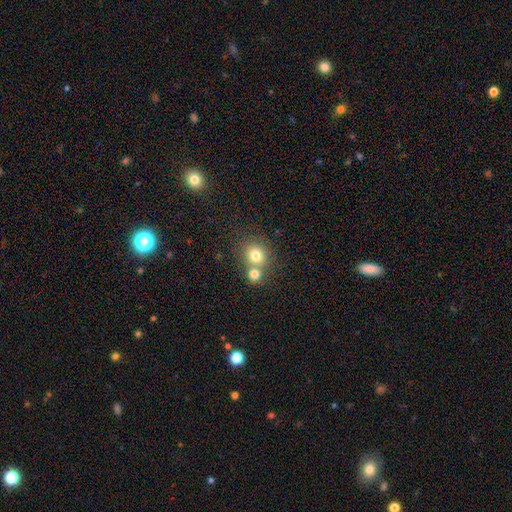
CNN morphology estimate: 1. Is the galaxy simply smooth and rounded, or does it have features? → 77% smooth, 12% star or artifact, 11% featured or disk.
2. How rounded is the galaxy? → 83% round, 16% in between, 1% cigar-shaped.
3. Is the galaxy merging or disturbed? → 47% none, 43% merger, 7% minor disturbance, 3% major disturbance.